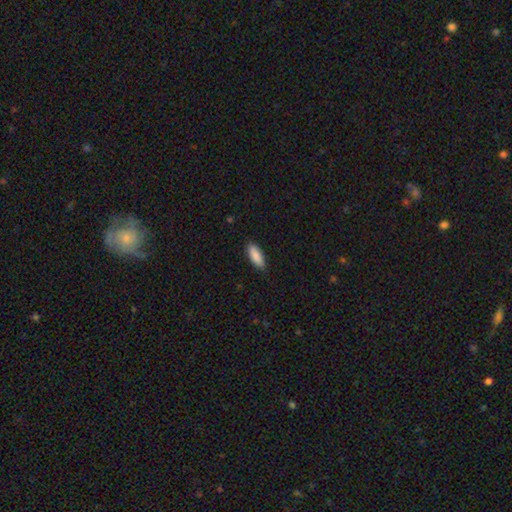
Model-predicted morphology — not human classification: smooth_or_featured: smooth (p=0.89) [alt: star or artifact p=0.06]
how_rounded: in between (p=0.73) [alt: cigar-shaped p=0.25]
merging: none (p=0.87) [alt: minor disturbance p=0.10]